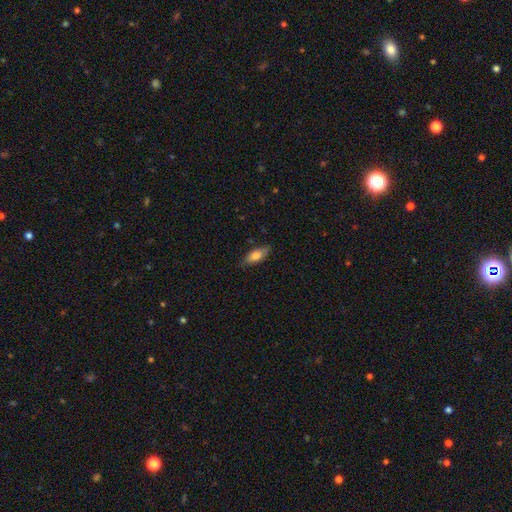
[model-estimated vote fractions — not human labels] The model was most divided on "how rounded": in between: 73%, cigar-shaped: 24%, round: 3%. More confident: merging — none (79%); smooth or featured — smooth (73%).